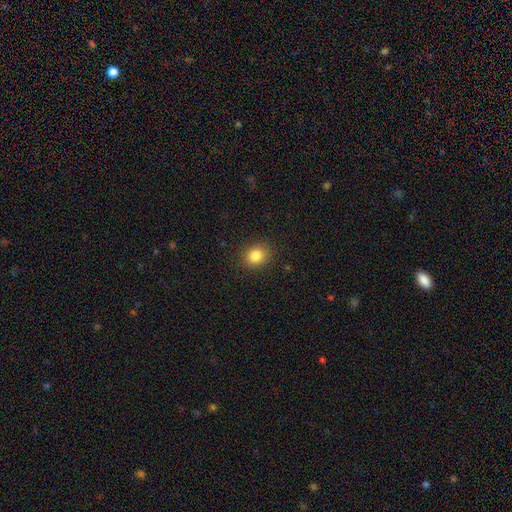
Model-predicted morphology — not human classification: Smooth or featured?
  - smooth: 83% *
  - star or artifact: 11%
  - featured or disk: 6%
How rounded?
  - round: 70% *
  - in between: 29%
  - cigar-shaped: 1%
Merging?
  - none: 89% *
  - minor disturbance: 8%
  - major disturbance: 2%
  - merger: 1%